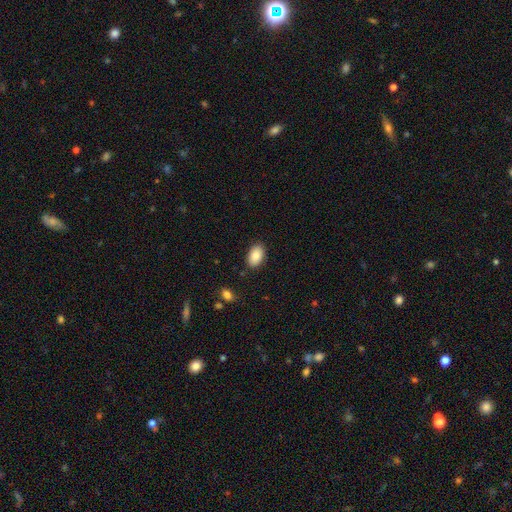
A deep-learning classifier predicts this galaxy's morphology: Smooth or featured?
  - smooth: 87% *
  - star or artifact: 7%
  - featured or disk: 6%
How rounded?
  - in between: 92% *
  - round: 7%
  - cigar-shaped: 1%
Merging?
  - none: 86% *
  - minor disturbance: 10%
  - major disturbance: 2%
  - merger: 2%